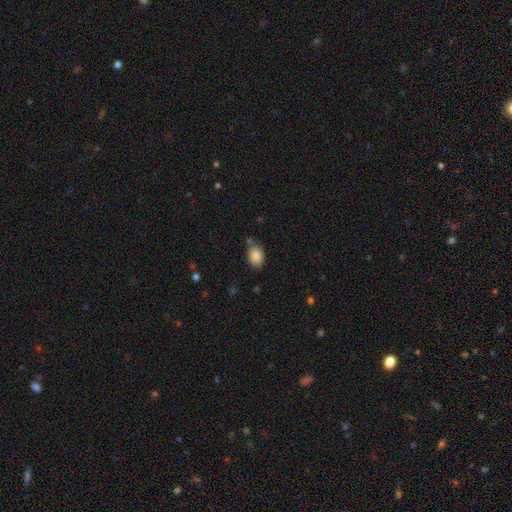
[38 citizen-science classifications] smooth_or_featured: smooth (p=0.89) [alt: featured or disk p=0.08]
how_rounded: in between (p=0.71) [alt: round p=0.29]
merging: none (p=0.59) [alt: minor disturbance p=0.27]